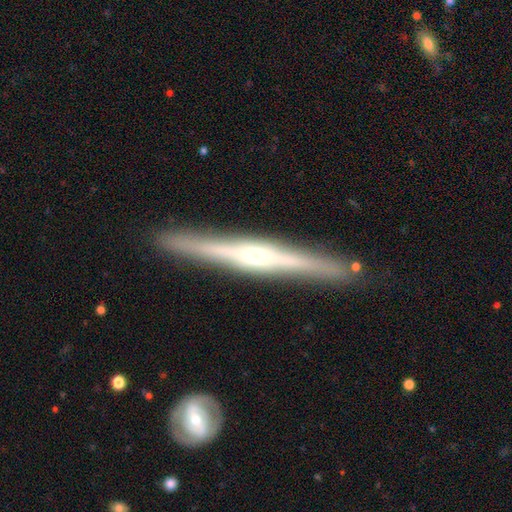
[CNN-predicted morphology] type=featured or disk (82%); edge-on=yes (97%); edge-on bulge=rounded (74%); merging=none (90%).